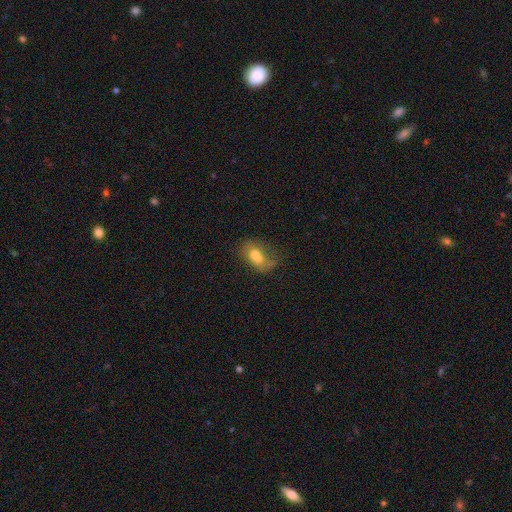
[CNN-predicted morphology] Smooth or featured? smooth (64%)
How rounded? in between (82%)
Merging? none (34%)